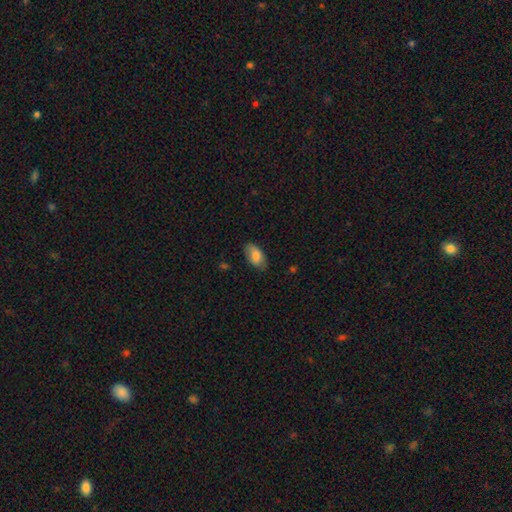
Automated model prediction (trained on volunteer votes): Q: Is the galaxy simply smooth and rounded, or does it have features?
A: smooth — 80%.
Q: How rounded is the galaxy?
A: in between — 93%.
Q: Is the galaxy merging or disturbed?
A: none — 76%.